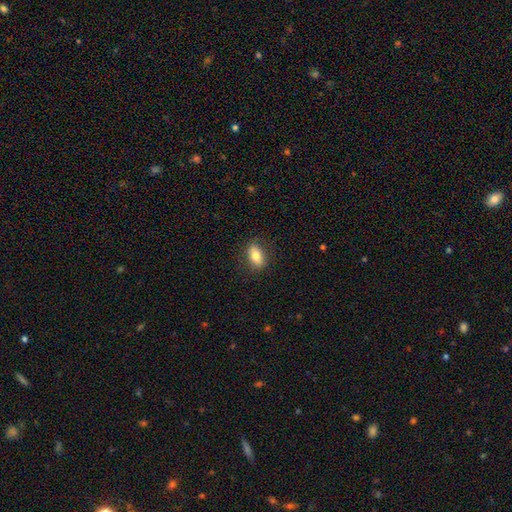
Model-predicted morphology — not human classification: smooth 79%, featured or disk 14%, star or artifact 8%. Down the decision tree: how rounded — in between (86%); merging — none (85%).